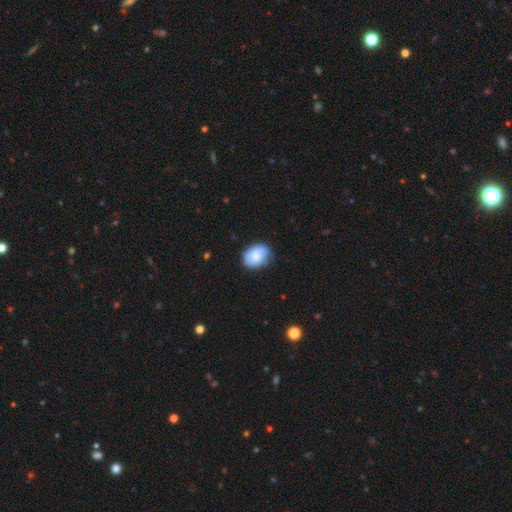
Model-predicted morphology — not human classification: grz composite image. It shows a smooth galaxy with no disk features (69%) that is in between round and cigar-shaped (63%). Merging: none (67%).